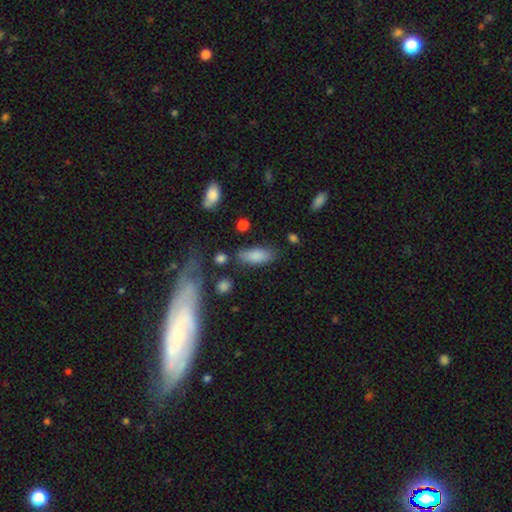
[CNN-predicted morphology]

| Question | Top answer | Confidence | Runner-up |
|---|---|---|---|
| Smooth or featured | smooth | 83% | featured or disk (9%) |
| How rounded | in between | 78% | cigar-shaped (20%) |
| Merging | none | 70% | minor disturbance (18%) |